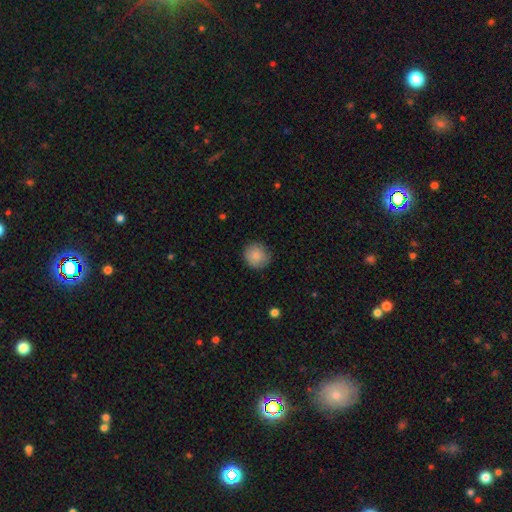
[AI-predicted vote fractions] smooth_or_featured: smooth (p=0.87) [alt: star or artifact p=0.08]
how_rounded: round (p=0.91) [alt: in between p=0.08]
merging: none (p=0.87) [alt: minor disturbance p=0.09]